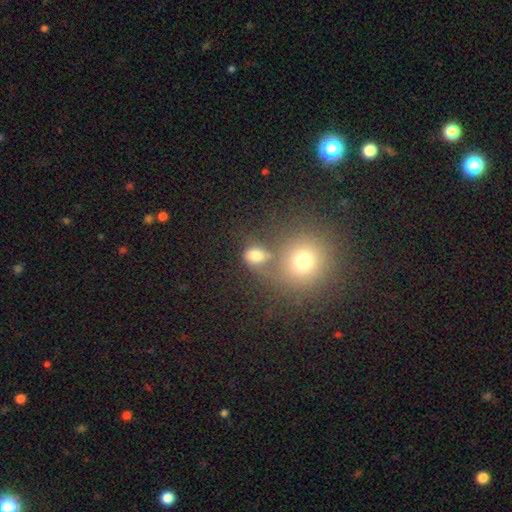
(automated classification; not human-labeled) Smooth or featured? smooth (69%)
How rounded? round (57%)
Merging? merger (45%)